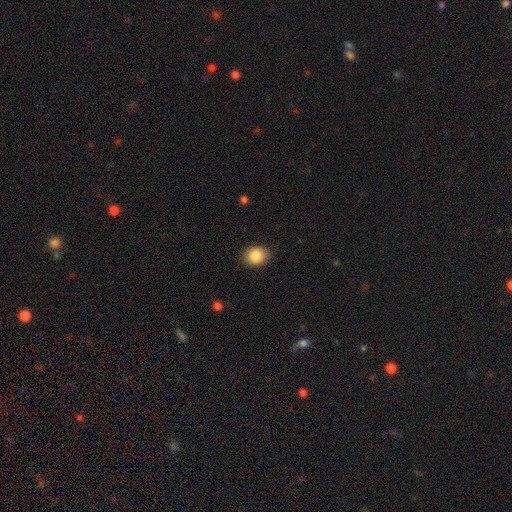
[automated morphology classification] type=smooth (87%); roundness=round (55%); merging=none (86%).